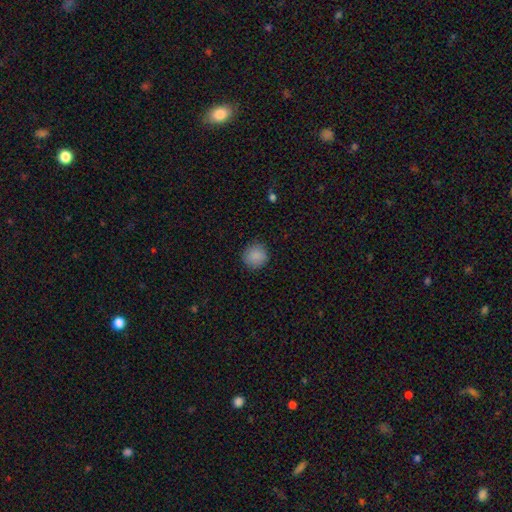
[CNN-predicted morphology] Smooth or featured? smooth (88%)
How rounded? round (92%)
Merging? none (88%)